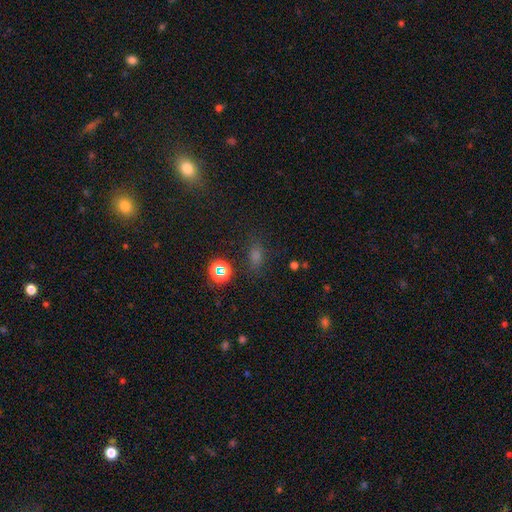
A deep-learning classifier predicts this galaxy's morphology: Smooth or featured? Predicted: smooth (p=0.54). How rounded? Predicted: in between (p=0.66). Merging? Predicted: none (p=0.77).